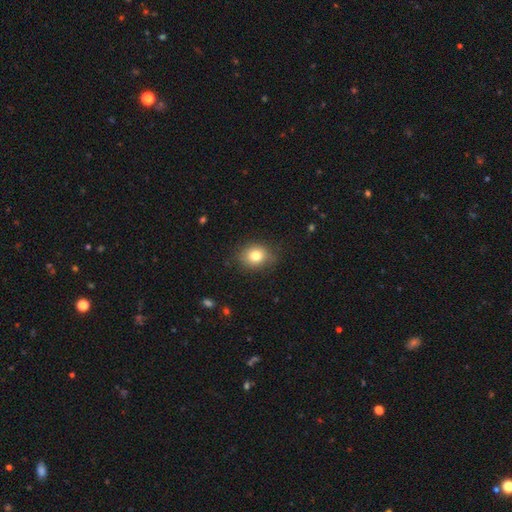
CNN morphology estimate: smooth_or_featured: smooth (p=0.78) [alt: featured or disk p=0.11]
how_rounded: round (p=0.62) [alt: in between p=0.37]
merging: none (p=0.80) [alt: minor disturbance p=0.15]